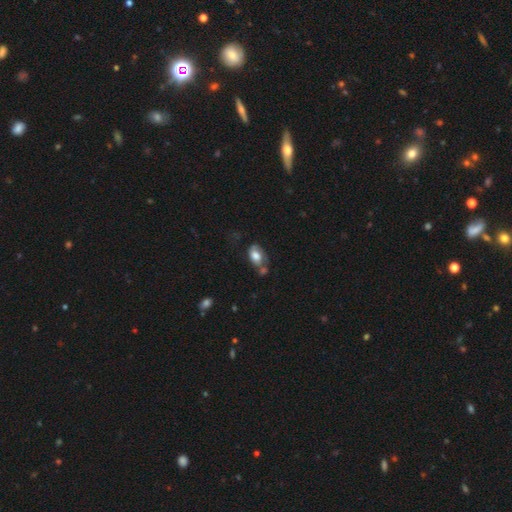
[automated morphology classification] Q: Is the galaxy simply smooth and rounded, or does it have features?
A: smooth — 65%.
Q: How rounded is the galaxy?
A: in between — 86%.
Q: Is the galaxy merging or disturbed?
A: none — 38%.